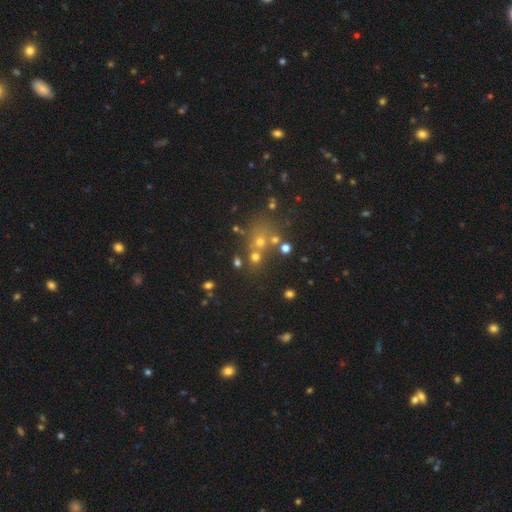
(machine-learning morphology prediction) A smooth galaxy with no disk features (41%, tied with star or artifact). Merging: none (53%).